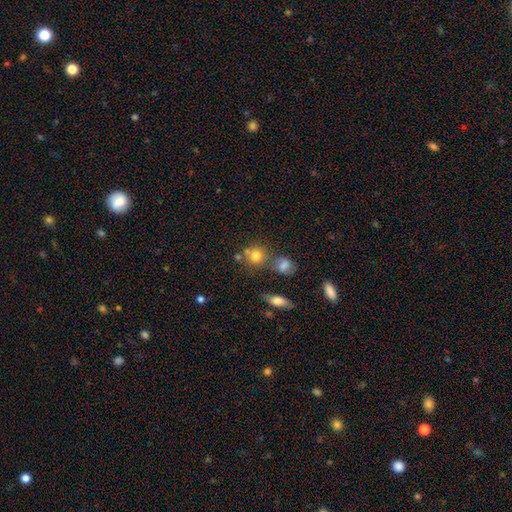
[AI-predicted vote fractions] A smooth galaxy with no disk features (77%) that is round (81%). Merging: none (56%).